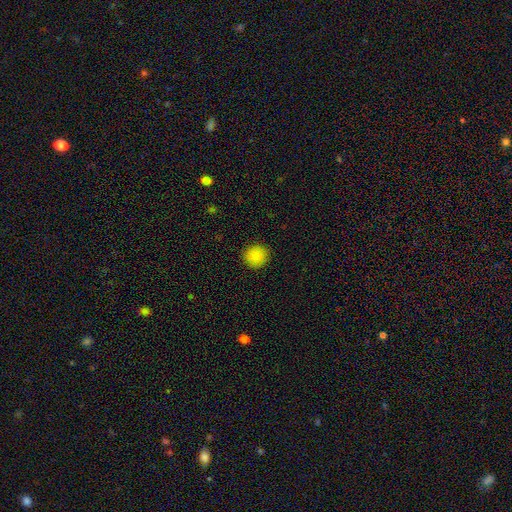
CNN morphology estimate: type=smooth (86%); roundness=round (91%); merging=none (91%).